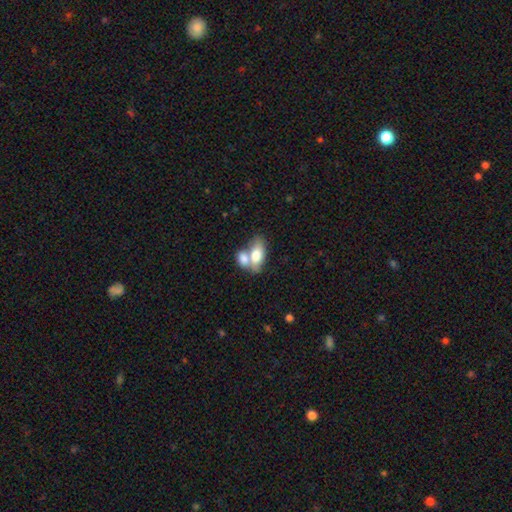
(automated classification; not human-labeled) A smooth galaxy with no disk features (75%) that is in between round and cigar-shaped (89%).

Vote fractions:
- Smooth or featured? smooth: 75% / featured or disk: 18% / star or artifact: 6%
- How rounded? in between: 89% / round: 7% / cigar-shaped: 4%
- Merging? merger: 63% / none: 24% / minor disturbance: 8% / major disturbance: 5%